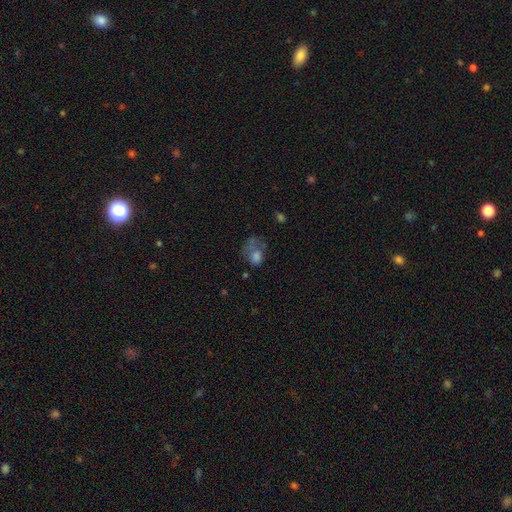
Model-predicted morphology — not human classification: smooth 55%, featured or disk 28%, star or artifact 17%. Down the decision tree: how rounded — in between (60%); merging — major disturbance (45%).